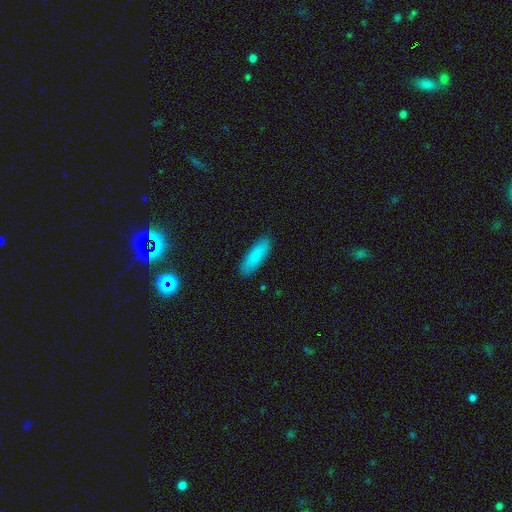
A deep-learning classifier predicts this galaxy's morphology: smooth 84%, featured or disk 8%, star or artifact 7%. Down the decision tree: how rounded — in between (52%); merging — none (88%).